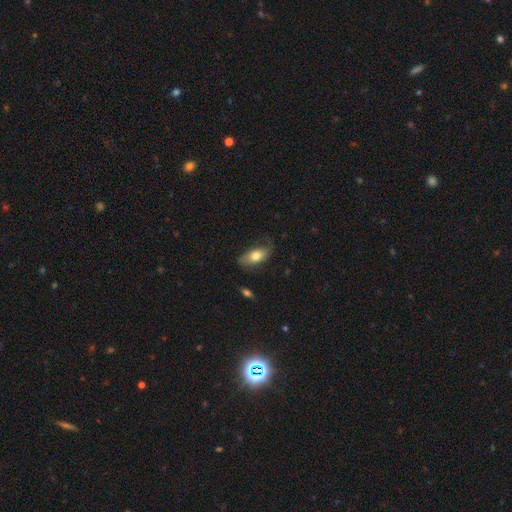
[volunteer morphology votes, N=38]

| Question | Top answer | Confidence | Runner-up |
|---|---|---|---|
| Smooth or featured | smooth | 79% | featured or disk (18%) |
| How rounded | in between | 87% | round (7%) |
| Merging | none | 70% | minor disturbance (22%) |